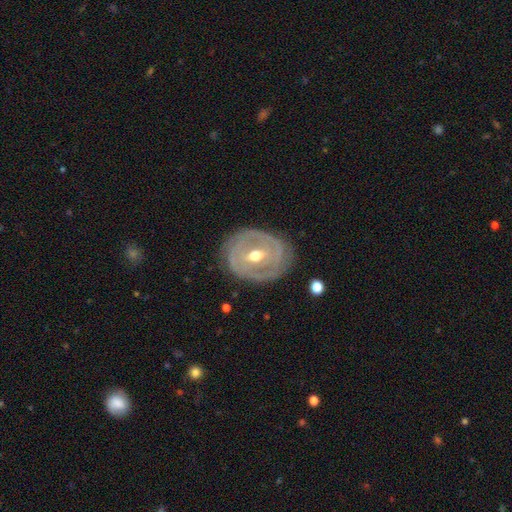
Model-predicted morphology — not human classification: type=featured or disk (81%); edge-on=no (95%); bar=weak (47%); spiral arms=yes (74%); winding=tight (73%); arm count=2 (39%); bulge=moderate (75%); merging=none (78%).